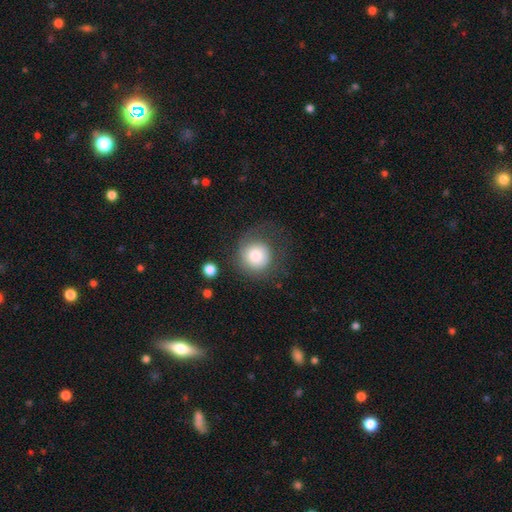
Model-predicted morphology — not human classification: Smooth or featured? Predicted: smooth (p=0.77). How rounded? Predicted: round (p=0.91). Merging? Predicted: none (p=0.59).